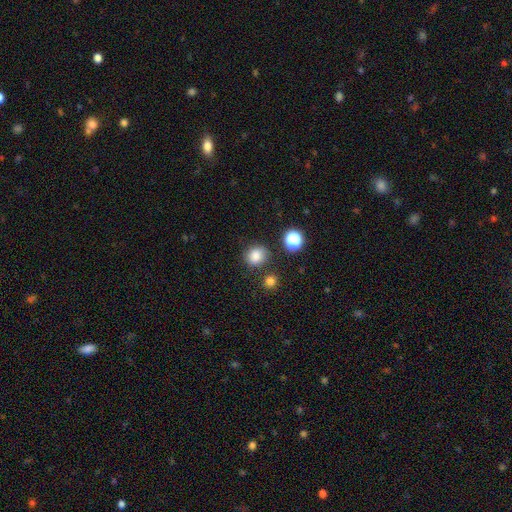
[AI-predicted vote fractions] The model was most divided on "how rounded": round: 76%, in between: 23%, cigar-shaped: 1%. More confident: smooth or featured — smooth (82%); merging — none (77%).